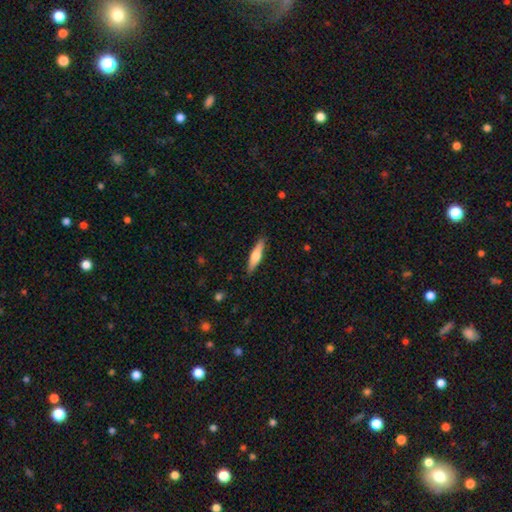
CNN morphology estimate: smooth_or_featured: smooth (p=0.54) [alt: featured or disk p=0.41]
how_rounded: cigar-shaped (p=0.80) [alt: in between p=0.18]
merging: none (p=0.89) [alt: minor disturbance p=0.08]